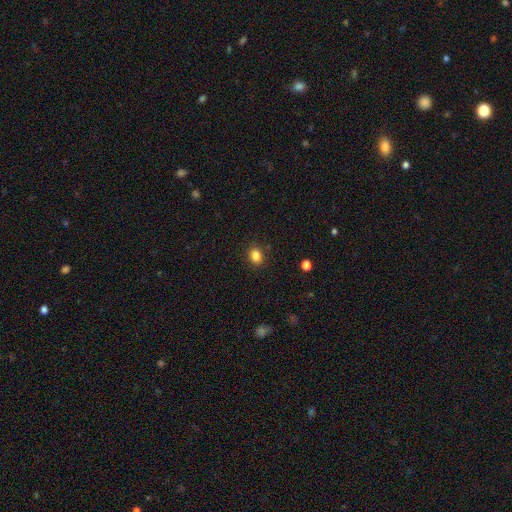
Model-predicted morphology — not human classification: This appears to be a smooth galaxy with no disk features (85%) that is in between round and cigar-shaped (53%). Merging: none (88%).